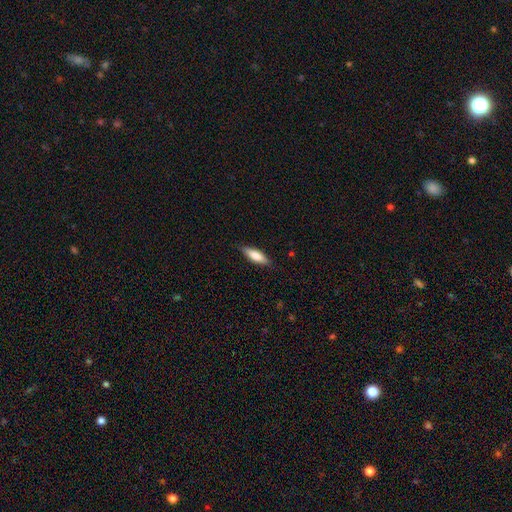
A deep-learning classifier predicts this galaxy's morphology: Smooth or featured?
  - smooth: 75% *
  - featured or disk: 20%
  - star or artifact: 6%
How rounded?
  - cigar-shaped: 50% *
  - in between: 48%
  - round: 2%
Merging?
  - none: 84% *
  - minor disturbance: 13%
  - major disturbance: 3%
  - merger: 1%